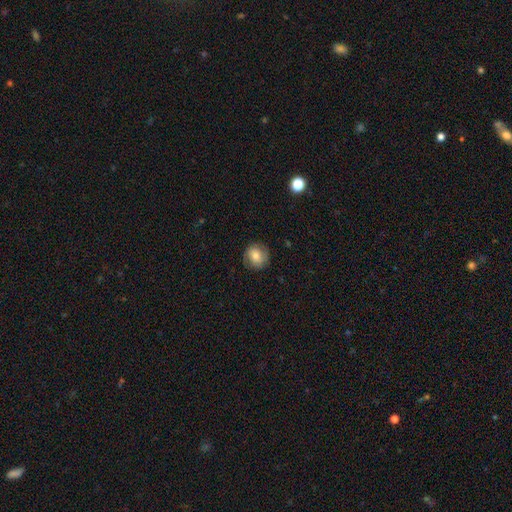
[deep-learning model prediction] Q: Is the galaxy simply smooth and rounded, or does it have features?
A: smooth — 60%.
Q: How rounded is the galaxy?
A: round — 85%.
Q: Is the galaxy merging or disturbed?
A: none — 82%.